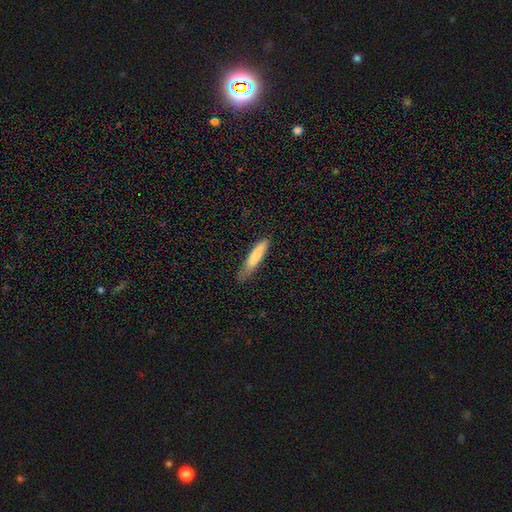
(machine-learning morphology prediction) Q: Smooth or featured?
A: smooth (80%); runner-up: featured or disk (15%)
Q: How rounded?
A: cigar-shaped (84%); runner-up: in between (15%)
Q: Merging?
A: none (65%); runner-up: minor disturbance (28%)